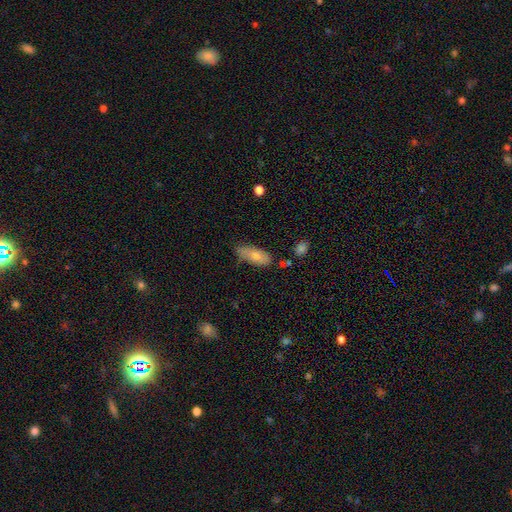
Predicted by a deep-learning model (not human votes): This appears to be a smooth galaxy with no disk features (76%) that is in between round and cigar-shaped (80%). Merging: none (67%).